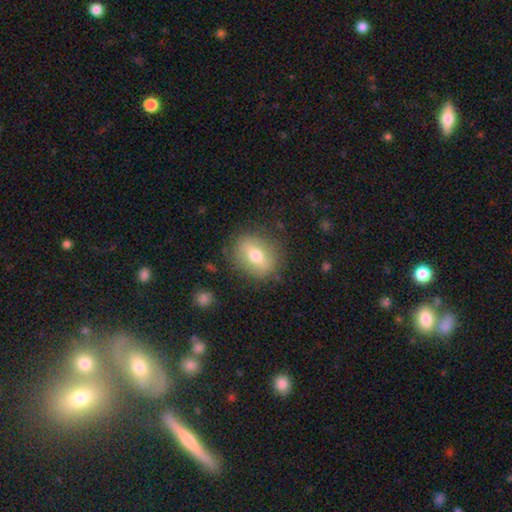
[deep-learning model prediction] The model was most divided on "how rounded": in between: 52%, round: 46%, cigar-shaped: 2%. More confident: merging — none (81%); smooth or featured — smooth (59%).